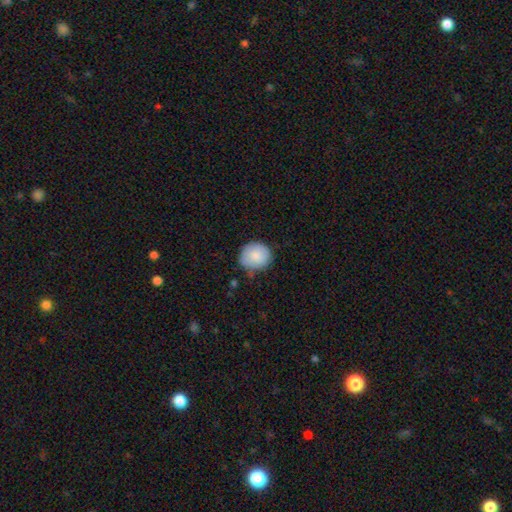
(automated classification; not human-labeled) Q: Smooth or featured?
A: smooth (84%); runner-up: featured or disk (9%)
Q: How rounded?
A: round (83%); runner-up: in between (16%)
Q: Merging?
A: none (66%); runner-up: minor disturbance (27%)